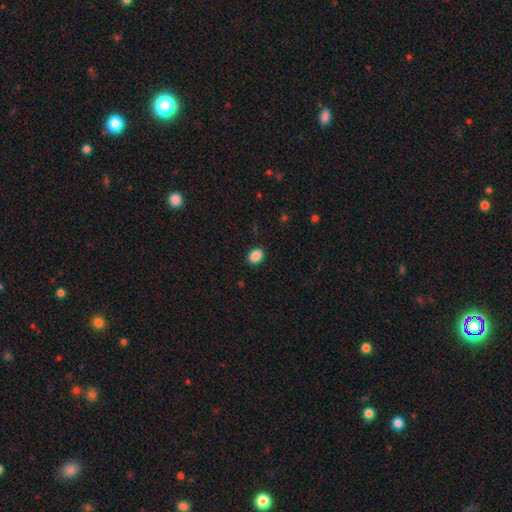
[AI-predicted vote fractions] Smooth or featured? Predicted: smooth (p=0.88). How rounded? Predicted: in between (p=0.66). Merging? Predicted: none (p=0.90).